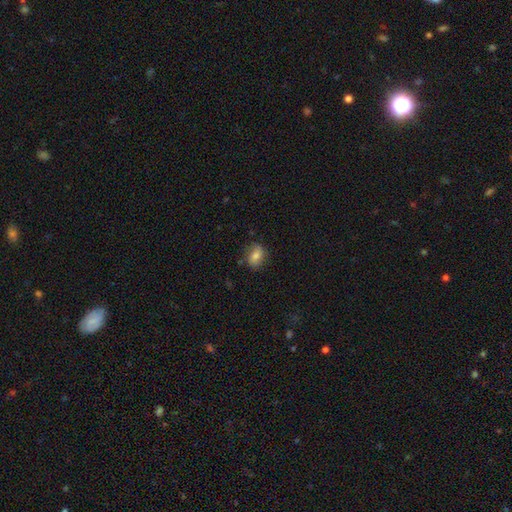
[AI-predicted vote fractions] This is likely a smooth galaxy (73%). How rounded: likely in between (63%). Merging: likely none (78%).